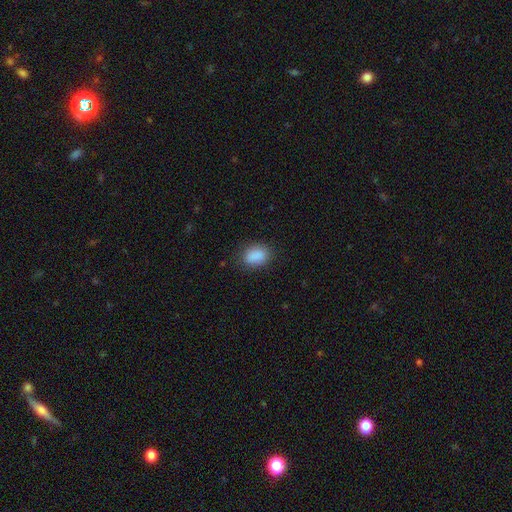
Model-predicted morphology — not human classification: A smooth galaxy with no disk features (88%) that is in between round and cigar-shaped (81%). Merging: none (83%).